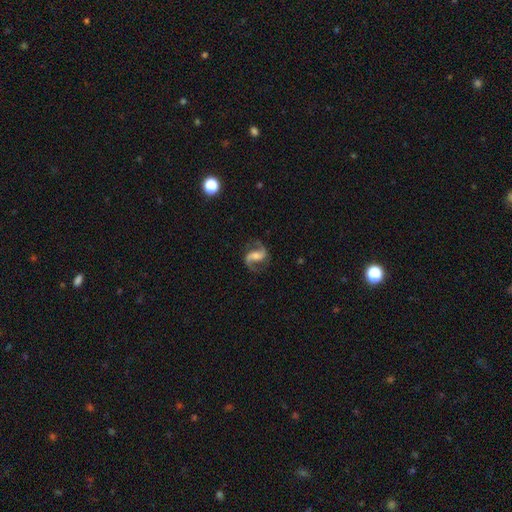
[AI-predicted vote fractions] Smooth or featured: featured or disk — 88% (smooth — 7%)
Edge-on disk: no — 98% (yes — 2%)
Bar: weak — 42% (no — 32%)
Spiral arms: yes — 97% (no — 3%)
Spiral winding: medium — 48% (loose — 42%)
Spiral arm count: 2 — 92% (1 — 3%)
Bulge size: moderate — 43% (small — 32%)
Merging: none — 77% (minor disturbance — 14%)